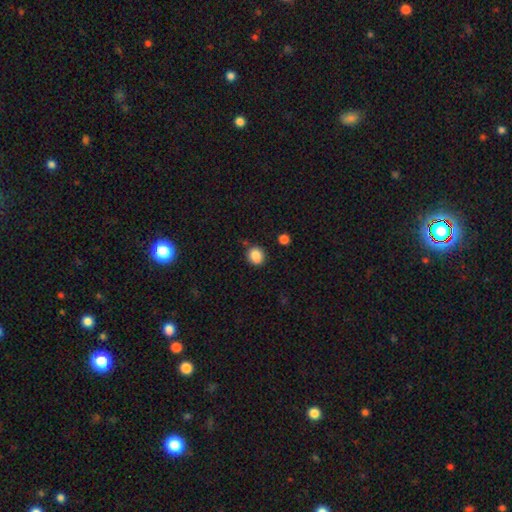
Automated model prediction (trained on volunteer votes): A smooth galaxy with no disk features (86%) that is round (74%).

Vote fractions:
- Smooth or featured? smooth: 86% / star or artifact: 10% / featured or disk: 4%
- How rounded? round: 74% / in between: 25% / cigar-shaped: 1%
- Merging? none: 81% / minor disturbance: 12% / merger: 4% / major disturbance: 3%